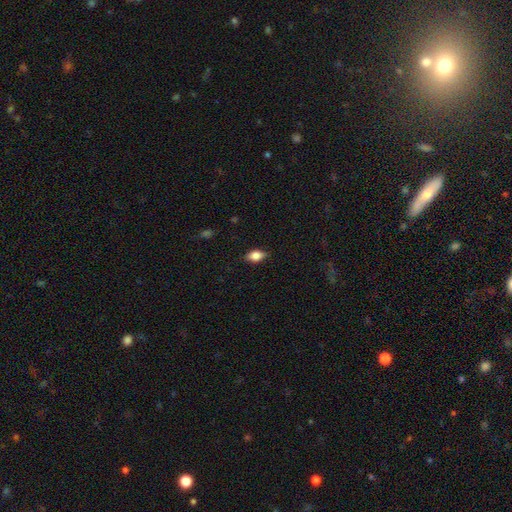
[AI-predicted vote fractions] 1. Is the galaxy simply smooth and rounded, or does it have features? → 75% smooth, 17% featured or disk, 8% star or artifact.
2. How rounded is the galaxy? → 83% in between, 11% round, 6% cigar-shaped.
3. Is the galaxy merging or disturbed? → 82% none, 14% minor disturbance, 3% major disturbance, 1% merger.